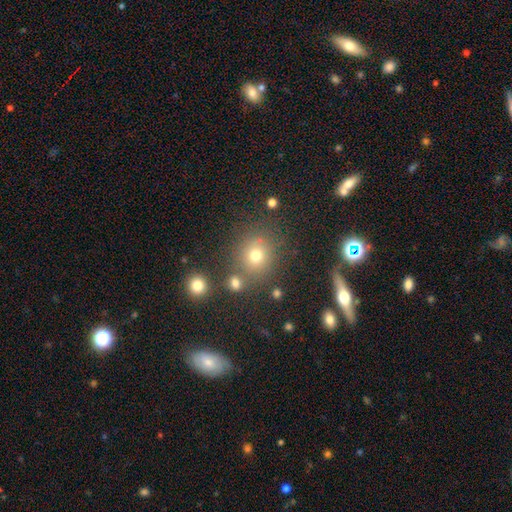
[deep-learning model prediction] Smooth or featured: smooth — 70% (star or artifact — 20%)
How rounded: round — 82% (in between — 17%)
Merging: none — 75% (minor disturbance — 10%)